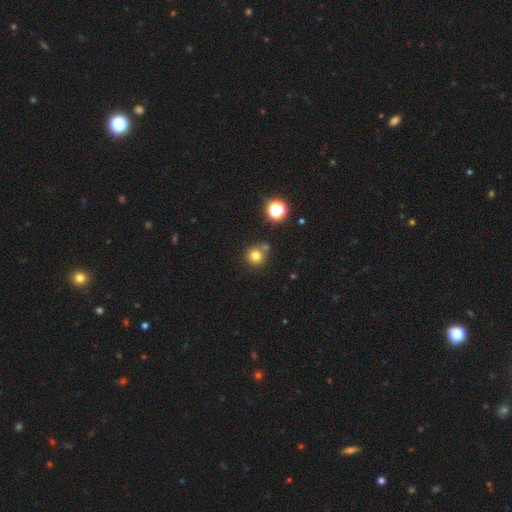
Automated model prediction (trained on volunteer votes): Q: Smooth or featured?
A: smooth (75%); runner-up: star or artifact (16%)
Q: How rounded?
A: round (92%); runner-up: in between (8%)
Q: Merging?
A: none (66%); runner-up: merger (20%)